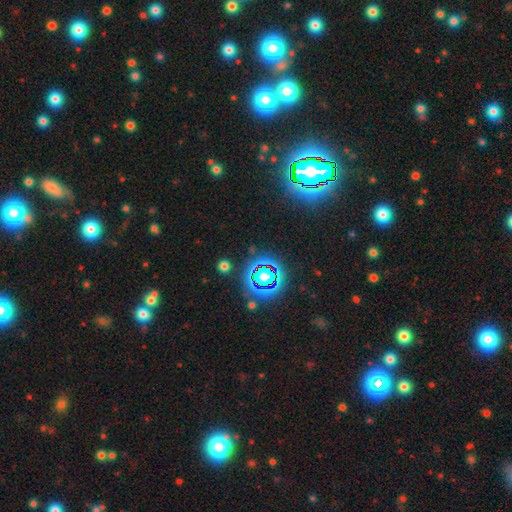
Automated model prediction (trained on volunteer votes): A star or artifact, not a galaxy (78%).

Vote fractions:
- Smooth or featured? star or artifact: 78% / smooth: 13% / featured or disk: 9%